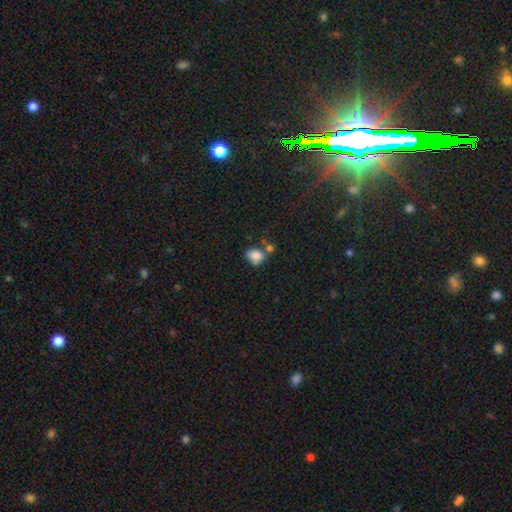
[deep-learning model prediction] This is clearly a smooth galaxy (82%). How rounded: likely in between (63%). Merging: marginally none (43%).